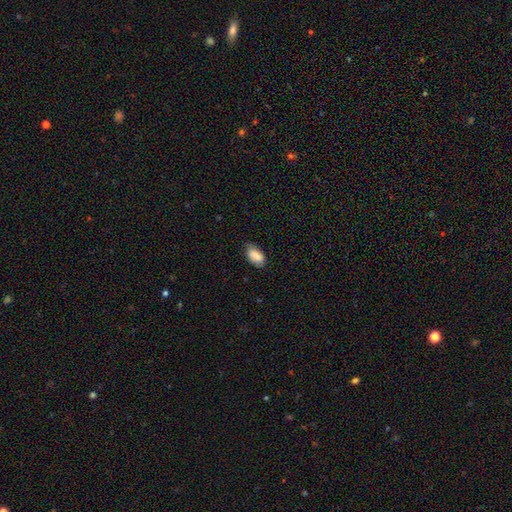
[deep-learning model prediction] smooth_or_featured: smooth (p=0.83) [alt: featured or disk p=0.10]
how_rounded: in between (p=0.92) [alt: cigar-shaped p=0.05]
merging: none (p=0.69) [alt: minor disturbance p=0.25]